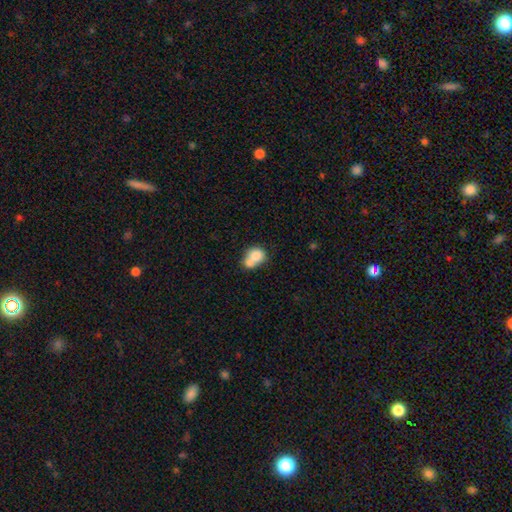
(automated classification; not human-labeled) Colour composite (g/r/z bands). It shows a smooth galaxy with no disk features (75%) that is round (62%). Merging: merger (63%).